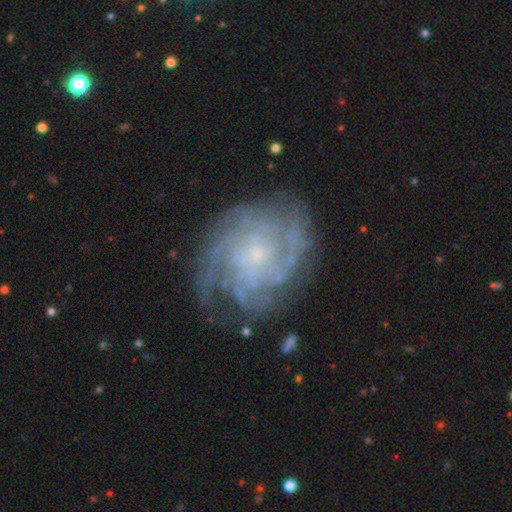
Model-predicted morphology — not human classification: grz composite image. It shows a featured or disk galaxy (86%) with no bar (72%), tight (64%) spiral arms (96%) and a small central bulge (76%). Merging: none (72%).